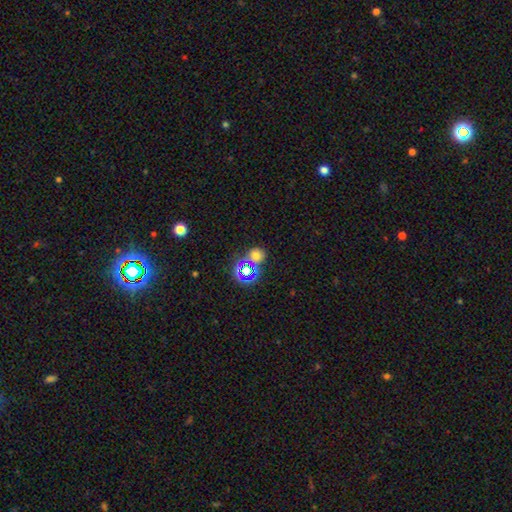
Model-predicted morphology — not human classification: smooth 59%, star or artifact 31%, featured or disk 10%. Down the decision tree: how rounded — round (75%); merging — none (59%).